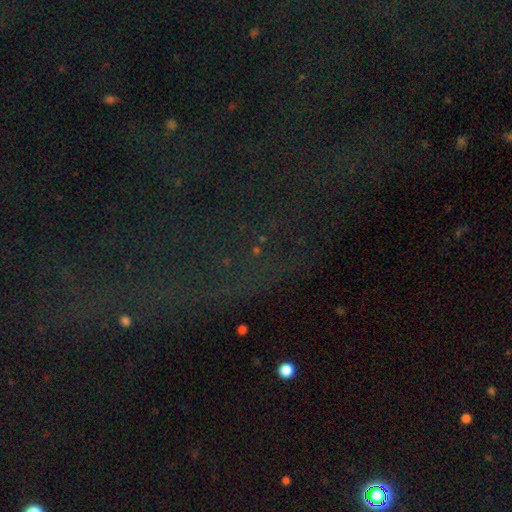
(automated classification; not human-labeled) This is likely a star or artifact rather than a galaxy (73%).